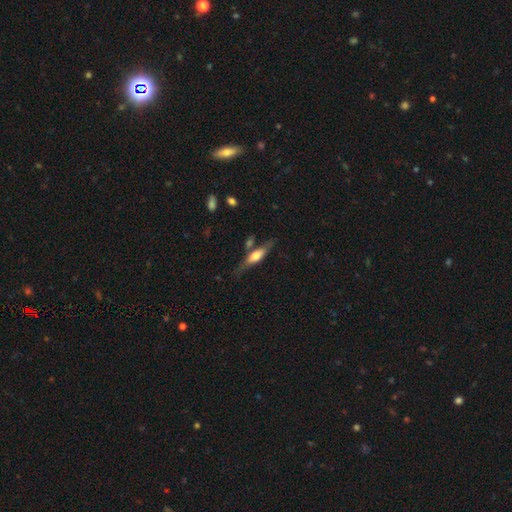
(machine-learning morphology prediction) Q: Smooth or featured?
A: featured or disk (48%); runner-up: smooth (46%)
Q: Merging?
A: none (66%); runner-up: minor disturbance (18%)